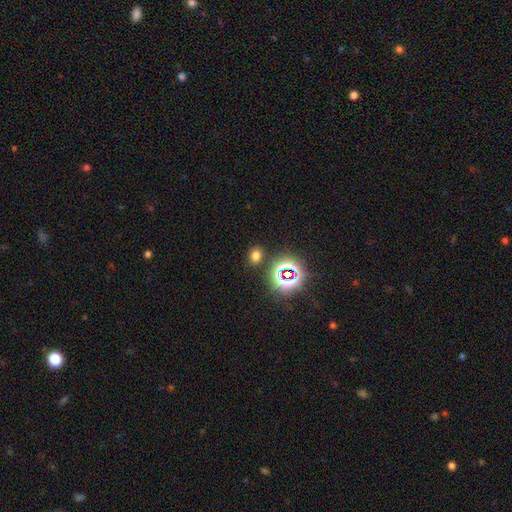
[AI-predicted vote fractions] Overall: smooth (66%; star or artifact 28%). How rounded: in between (57%; round 41%). Merging: none (84%).